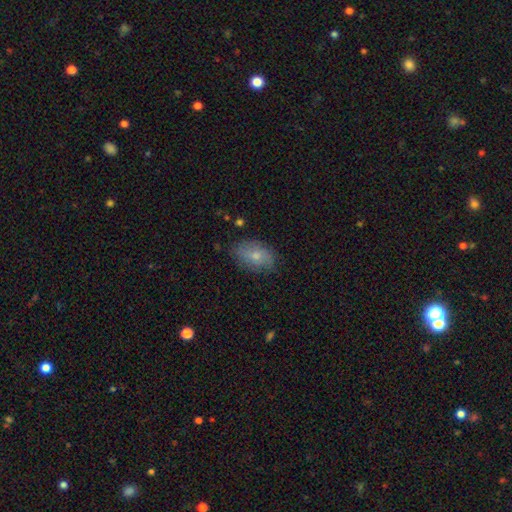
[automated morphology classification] smooth 68%, featured or disk 24%, star or artifact 8%. Down the decision tree: how rounded — in between (88%); merging — none (76%).